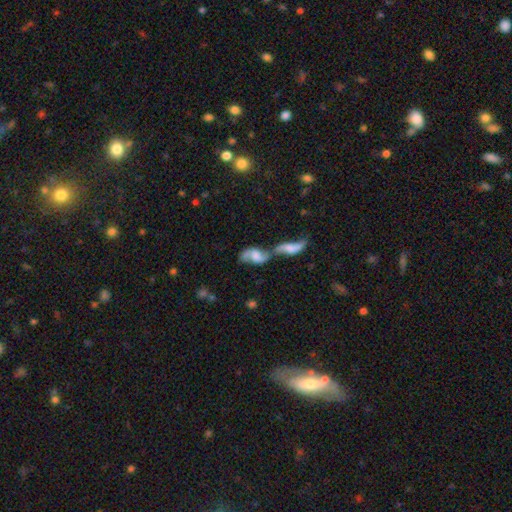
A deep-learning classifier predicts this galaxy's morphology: smooth-or-featured: featured or disk: 68% | smooth: 24% | star or artifact: 8%
  disk-edge-on: no: 93% | yes: 7%
    bar: no: 46% | weak: 41% | strong: 12%
    has-spiral-arms: yes: 87% | no: 13%
      spiral-winding: loose: 65% | medium: 28% | tight: 8%
      spiral-arm-count: 2: 85% | can't tell: 6% | 1: 6% | 3: 1% | 4: 1% | more than 4: 1%
    bulge-size: moderate: 33% | none: 24% | large: 20% | small: 20% | dominant: 3%
  merging: merger: 66% | none: 19% | minor disturbance: 8% | major disturbance: 7%